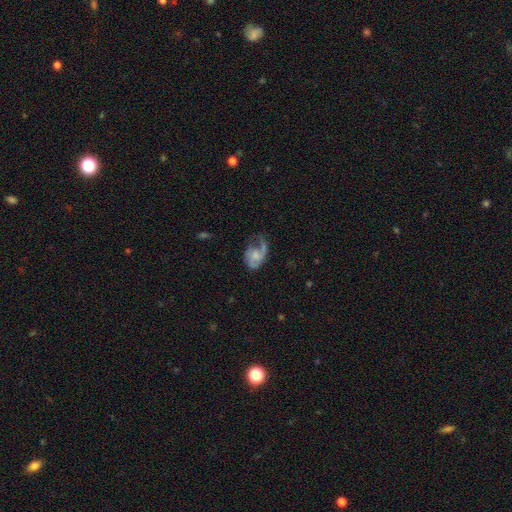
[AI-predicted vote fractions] Morphology: type=featured or disk (63%); edge-on=no (97%); bar=no (70%); spiral arms=yes (83%); winding=loose (44%); arm count=1 (44%); bulge=small (40%); merging=major disturbance (40%).